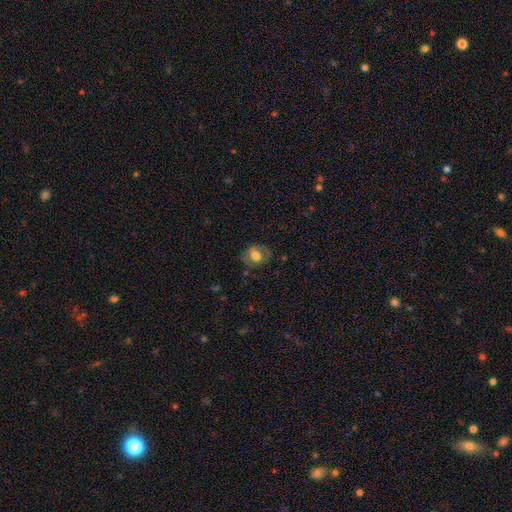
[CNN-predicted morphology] Smooth or featured? smooth (62%)
How rounded? round (62%)
Merging? none (72%)